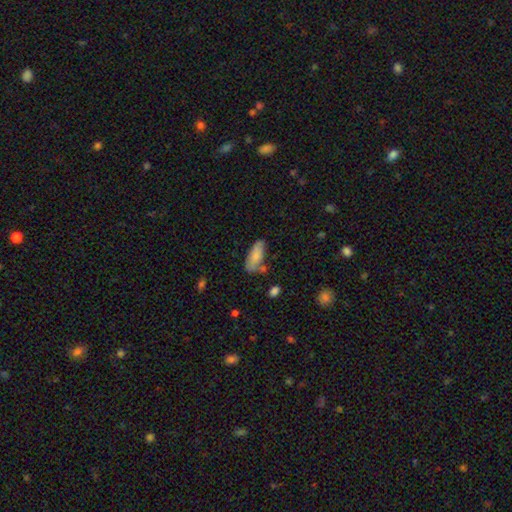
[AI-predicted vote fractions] Morphology: type=smooth (80%); roundness=in between (75%); merging=none (57%).